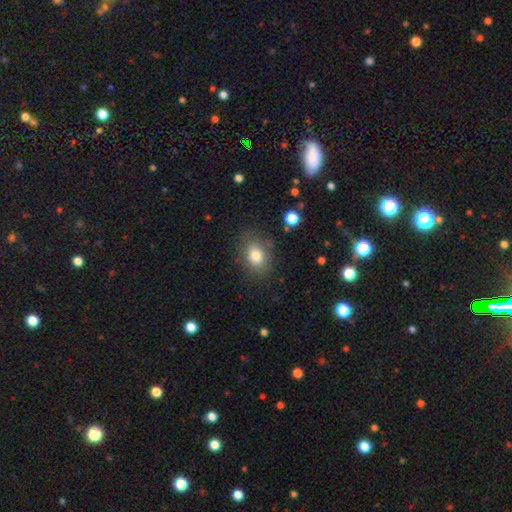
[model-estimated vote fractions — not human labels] Smooth or featured?
  - smooth: 79% *
  - featured or disk: 10%
  - star or artifact: 10%
How rounded?
  - in between: 67% *
  - round: 32%
  - cigar-shaped: 1%
Merging?
  - none: 76% *
  - minor disturbance: 16%
  - major disturbance: 6%
  - merger: 3%